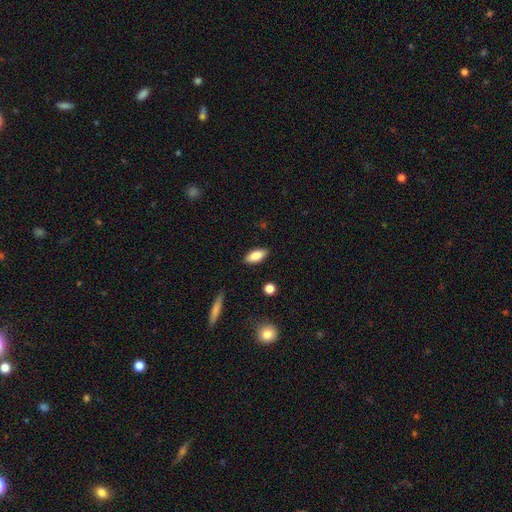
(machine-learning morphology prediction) Overall: smooth (82%). How rounded: in between (84%). Merging: none (87%).